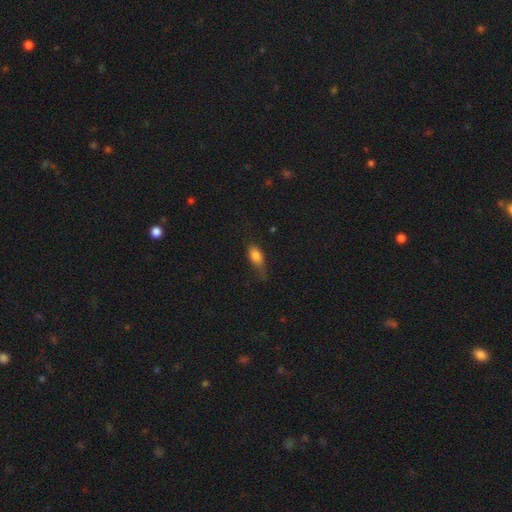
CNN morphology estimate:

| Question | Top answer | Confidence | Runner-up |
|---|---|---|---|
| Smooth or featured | smooth | 81% | featured or disk (10%) |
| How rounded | in between | 81% | cigar-shaped (13%) |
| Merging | none | 49% | minor disturbance (34%) |